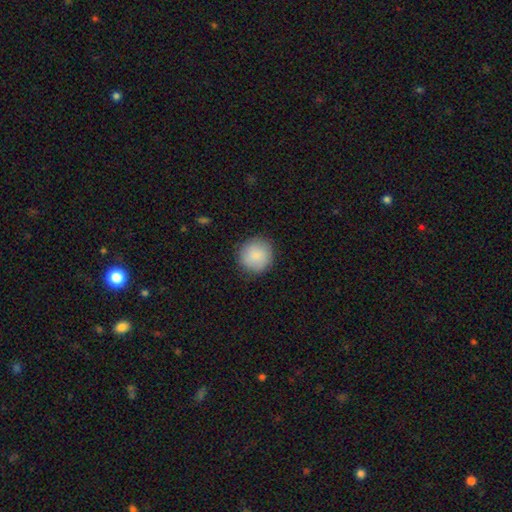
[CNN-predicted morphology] Overall: smooth (86%). How rounded: round (94%). Merging: none (88%).